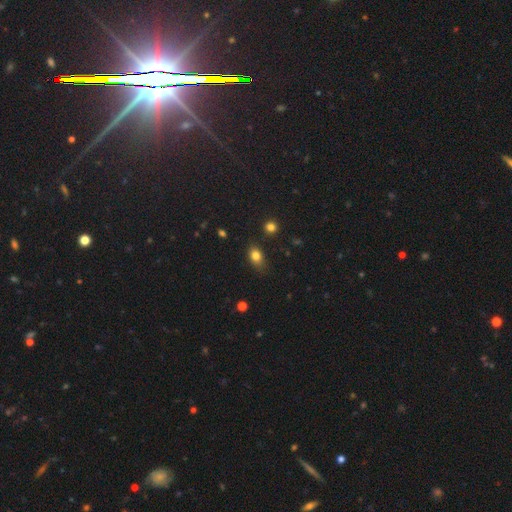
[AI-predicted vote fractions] smooth-or-featured: smooth: 81% | star or artifact: 11% | featured or disk: 8%
  how-rounded: in between: 71% | round: 26% | cigar-shaped: 3%
  merging: none: 73% | minor disturbance: 20% | major disturbance: 5% | merger: 2%